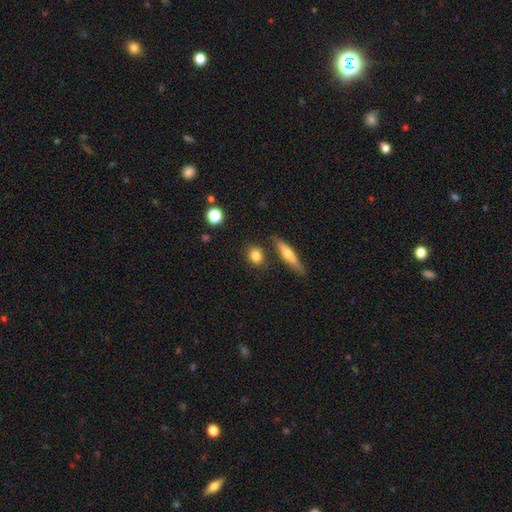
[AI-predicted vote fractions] Overall: smooth (82%). How rounded: round (51%; in between 42%). Merging: none (80%).